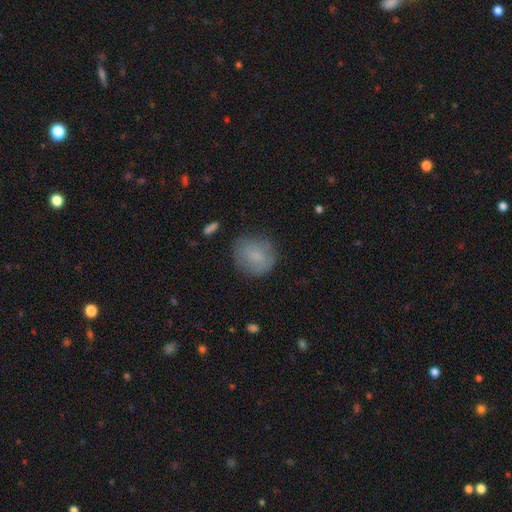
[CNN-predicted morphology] Smooth or featured? smooth (79%)
How rounded? round (82%)
Merging? none (75%)